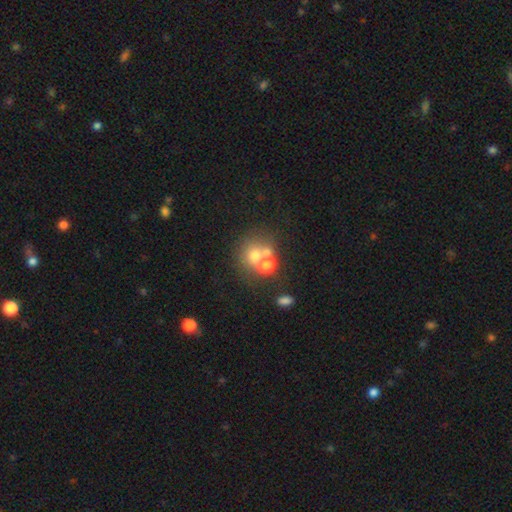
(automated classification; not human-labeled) A smooth galaxy with no disk features (60%) that is round (81%).

Vote fractions:
- Smooth or featured? smooth: 60% / featured or disk: 25% / star or artifact: 16%
- How rounded? round: 81% / in between: 18% / cigar-shaped: 1%
- Merging? merger: 46% / none: 41% / minor disturbance: 8% / major disturbance: 5%